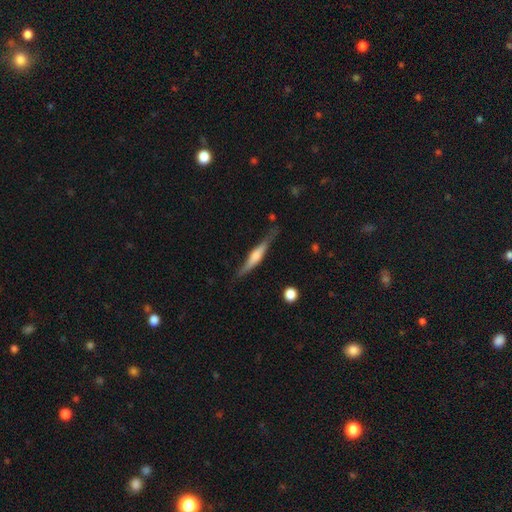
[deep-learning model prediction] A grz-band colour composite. It shows a featured or disk galaxy (65%) viewed edge-on (96%) with a rounded central bulge (71%). Merging: none (78%).